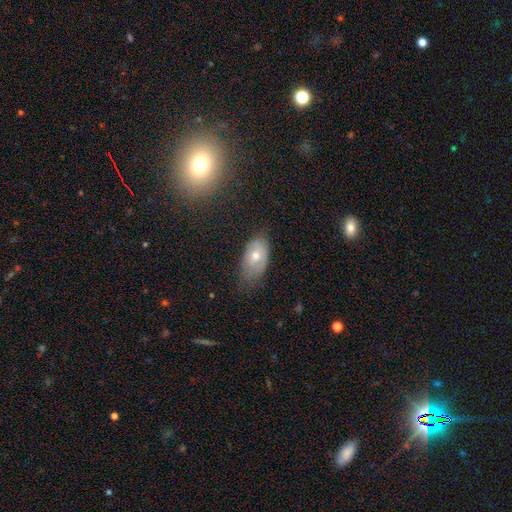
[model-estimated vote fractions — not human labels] This is possibly a smooth galaxy (52%). How rounded: clearly in between (91%). Merging: possibly none (55%).